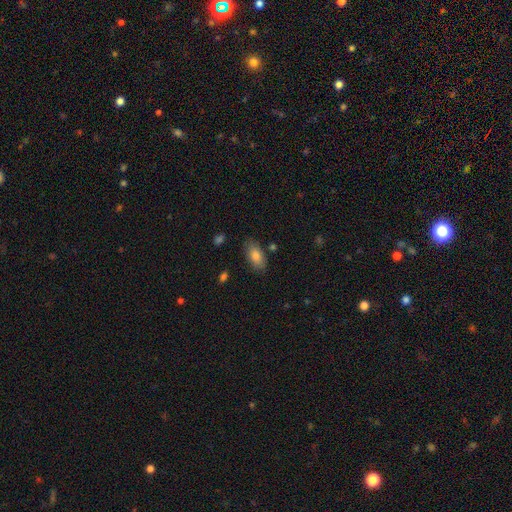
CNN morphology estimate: The model was most divided on "merging": none: 80%, minor disturbance: 14%, major disturbance: 3%, merger: 3%. More confident: how rounded — in between (91%); smooth or featured — smooth (81%).